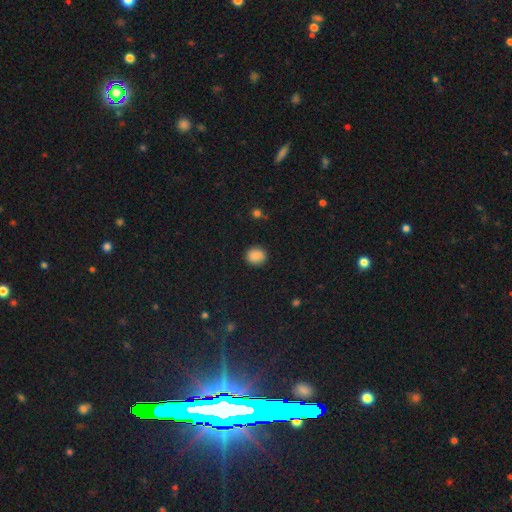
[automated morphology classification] smooth_or_featured: smooth (p=0.88) [alt: star or artifact p=0.09]
how_rounded: round (p=0.79) [alt: in between p=0.20]
merging: none (p=0.90) [alt: minor disturbance p=0.07]